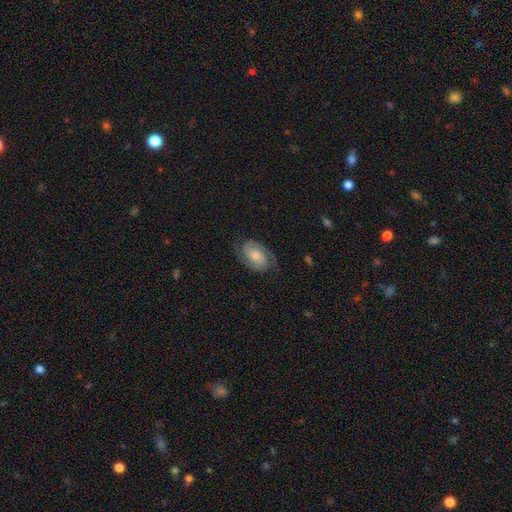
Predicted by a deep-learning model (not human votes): Overall: featured or disk (84%). Edge-on disk: no (97%). Bar: no (62%; weak 28%). Spiral arms: yes (97%). Spiral arm count: 2 (92%). Spiral winding: tight (51%; medium 40%). Bulge size: small (43%; moderate 40%). Merging: none (80%).